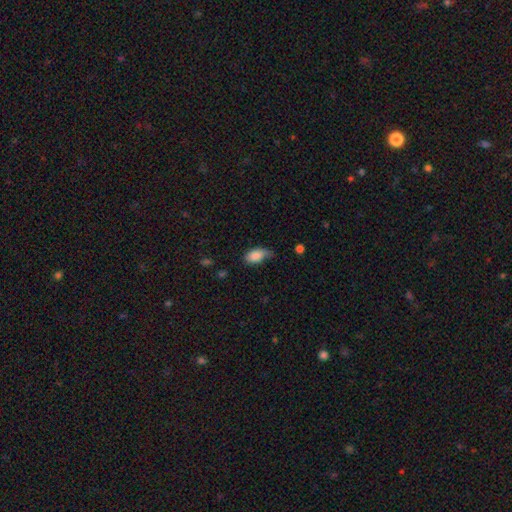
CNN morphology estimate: smooth_or_featured: smooth (p=0.85) [alt: featured or disk p=0.08]
how_rounded: in between (p=0.92) [alt: round p=0.06]
merging: minor disturbance (p=0.42) [tied with: none p=0.42]